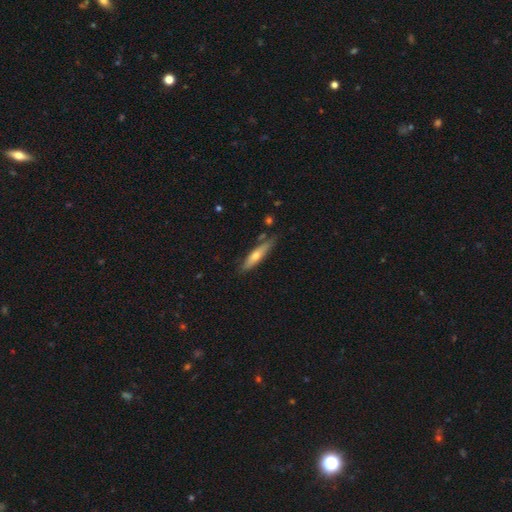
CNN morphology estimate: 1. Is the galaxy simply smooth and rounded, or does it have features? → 52% smooth, 42% featured or disk, 6% star or artifact.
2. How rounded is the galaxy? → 80% cigar-shaped, 18% in between, 2% round.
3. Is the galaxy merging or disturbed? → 76% none, 17% minor disturbance, 4% merger, 3% major disturbance.